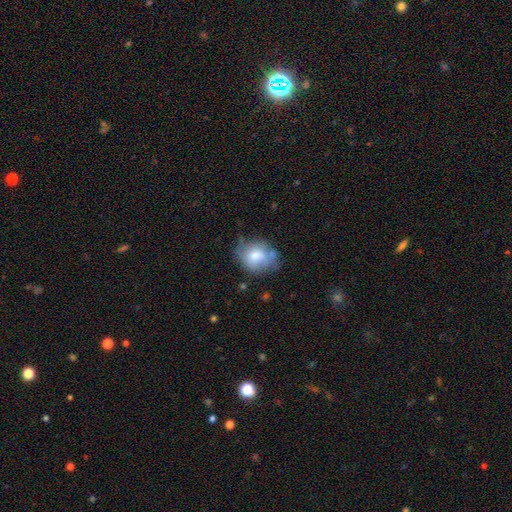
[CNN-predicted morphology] This appears to be a smooth galaxy with no disk features (70%) that is round (52%). Merging: none (52%).